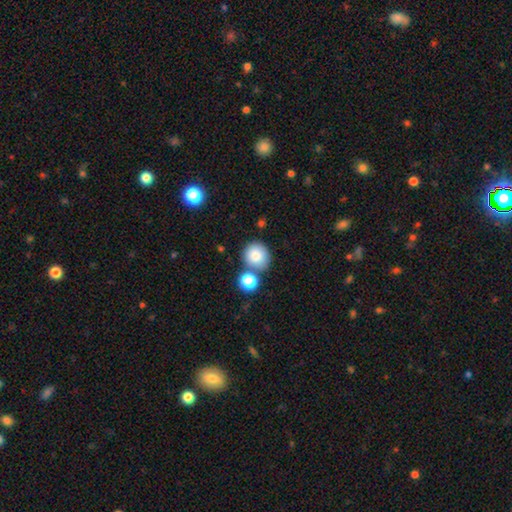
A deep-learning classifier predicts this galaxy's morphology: A smooth galaxy with no disk features (83%) that is round (88%). Merging: none (66%).